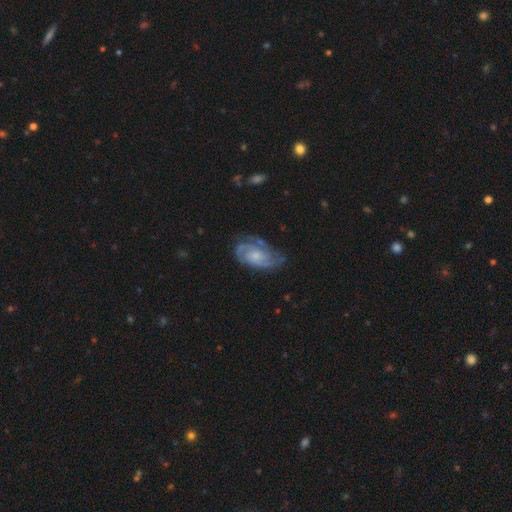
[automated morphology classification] The model was most divided on "spiral winding": tight: 55%, medium: 37%, loose: 9%. Remaining: edge-on disk — no (97%); spiral arms — yes (95%); smooth or featured — featured or disk (82%); bar — no (70%); merging — none (66%); bulge size — small (55%); spiral arm count — 2 (45%).